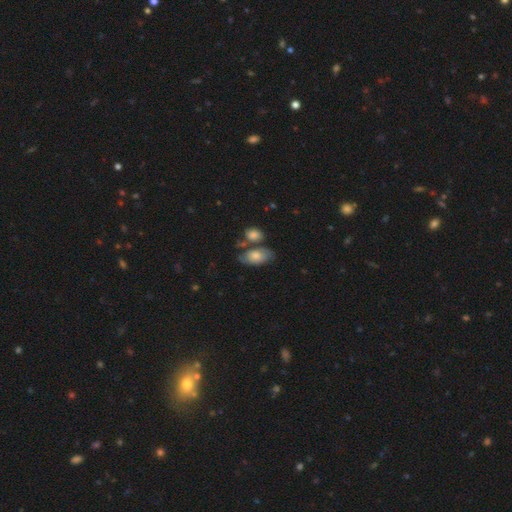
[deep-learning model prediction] Smooth or featured: smooth — 63% (featured or disk — 30%)
How rounded: in between — 90% (round — 7%)
Merging: none — 48% (merger — 22%)